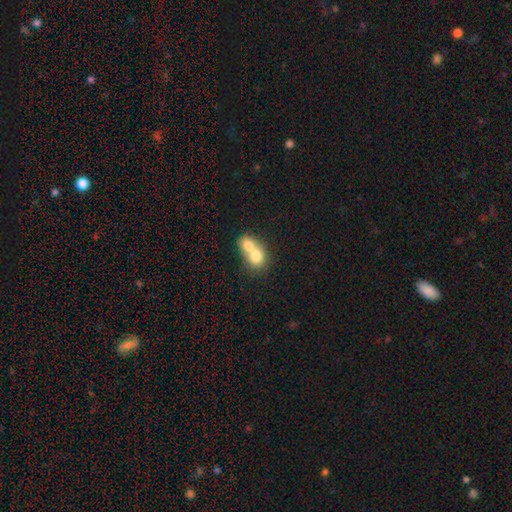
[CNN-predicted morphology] Smooth or featured: smooth — 71% (featured or disk — 20%)
How rounded: round — 65% (in between — 34%)
Merging: merger — 77% (none — 17%)